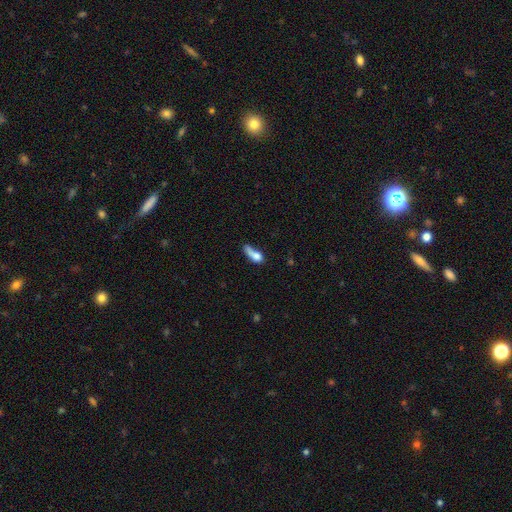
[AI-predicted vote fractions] Smooth or featured? Predicted: smooth (p=0.66). How rounded? Predicted: in between (p=0.58). Merging? Predicted: major disturbance (p=0.30).